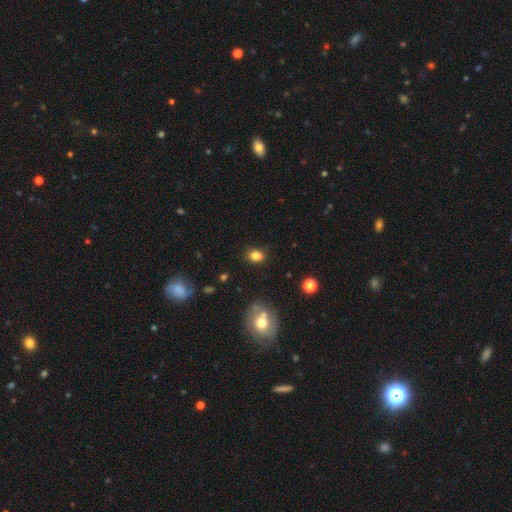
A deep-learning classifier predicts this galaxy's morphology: Q: Smooth or featured?
A: smooth (80%); runner-up: star or artifact (13%)
Q: How rounded?
A: in between (65%); runner-up: round (33%)
Q: Merging?
A: none (72%); runner-up: minor disturbance (17%)